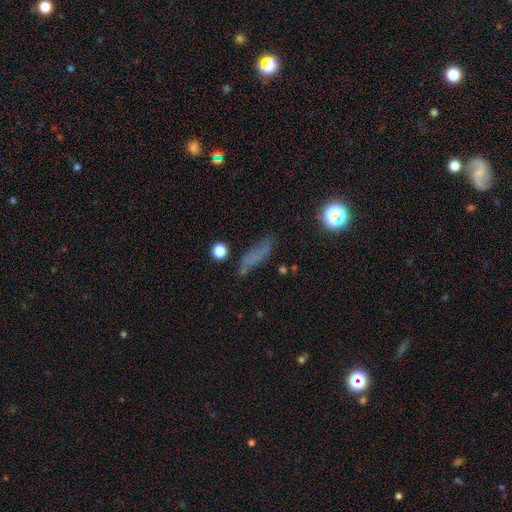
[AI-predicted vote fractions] smooth 57%, featured or disk 24%, star or artifact 19%. Down the decision tree: how rounded — cigar-shaped (58%); merging — none (59%).